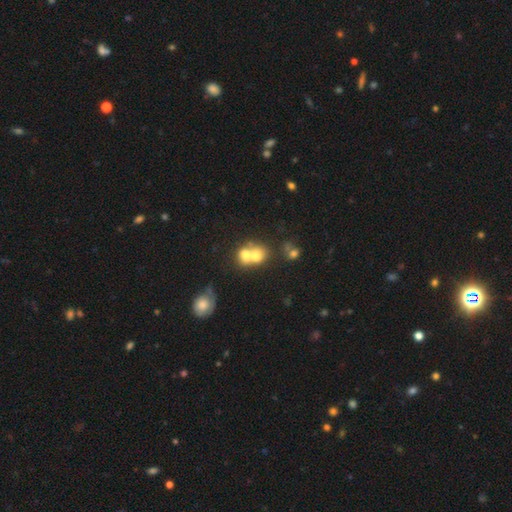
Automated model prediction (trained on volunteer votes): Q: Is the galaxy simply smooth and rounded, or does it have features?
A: smooth — 68%.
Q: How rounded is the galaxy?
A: round — 63%.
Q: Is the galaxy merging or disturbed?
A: merger — 69%.